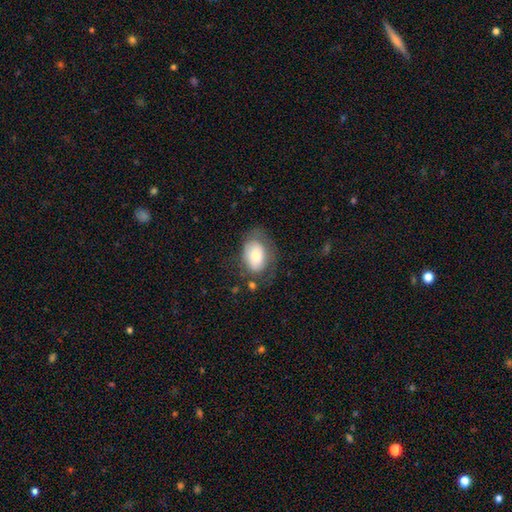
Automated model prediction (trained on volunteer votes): Smooth or featured? smooth (69%)
How rounded? in between (85%)
Merging? none (53%)